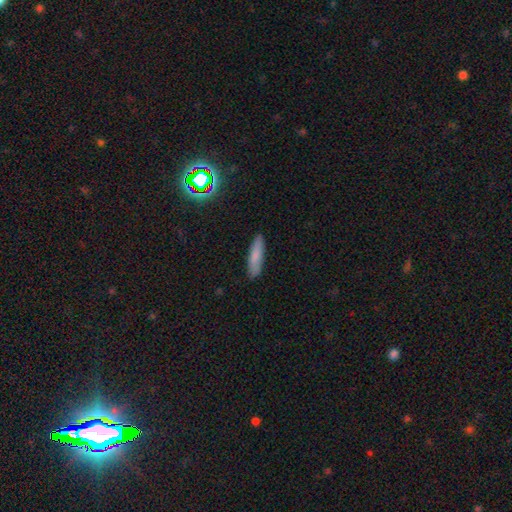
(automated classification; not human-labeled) smooth_or_featured: smooth (p=0.78) [alt: featured or disk p=0.14]
how_rounded: cigar-shaped (p=0.76) [alt: in between p=0.22]
merging: none (p=0.87) [alt: minor disturbance p=0.10]